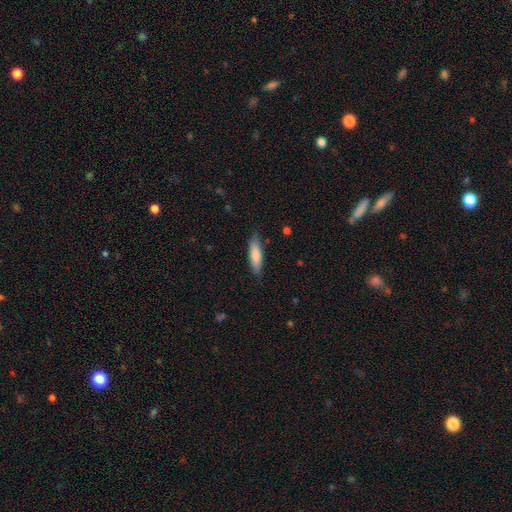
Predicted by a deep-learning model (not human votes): This appears to be a smooth galaxy with no disk features (81%) that is cigar-shaped (64%). Merging: none (83%).